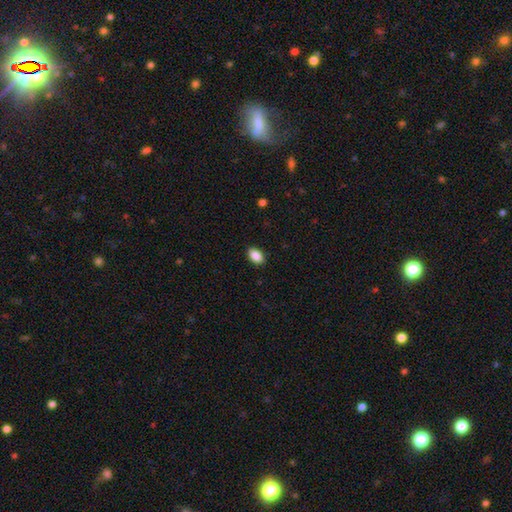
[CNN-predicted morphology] This appears to be a smooth galaxy with no disk features (89%) that is in between round and cigar-shaped (90%). Merging: none (89%).